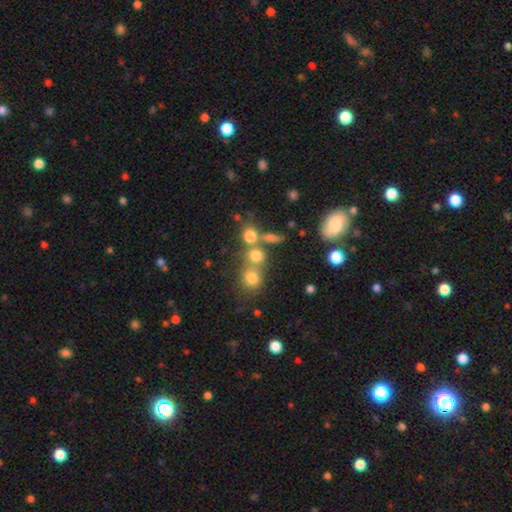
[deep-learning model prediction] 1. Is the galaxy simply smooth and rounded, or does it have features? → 70% smooth, 17% star or artifact, 13% featured or disk.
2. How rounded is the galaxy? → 76% round, 22% in between, 2% cigar-shaped.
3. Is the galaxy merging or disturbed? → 45% none, 41% merger, 9% minor disturbance, 6% major disturbance.